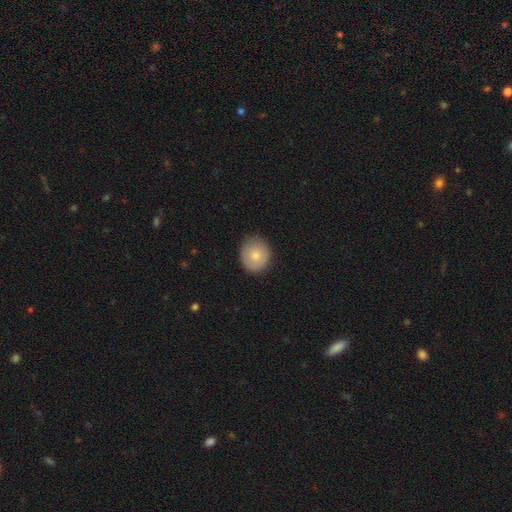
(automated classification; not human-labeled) Smooth or featured? Predicted: smooth (p=0.75). How rounded? Predicted: round (p=0.78). Merging? Predicted: none (p=0.81).